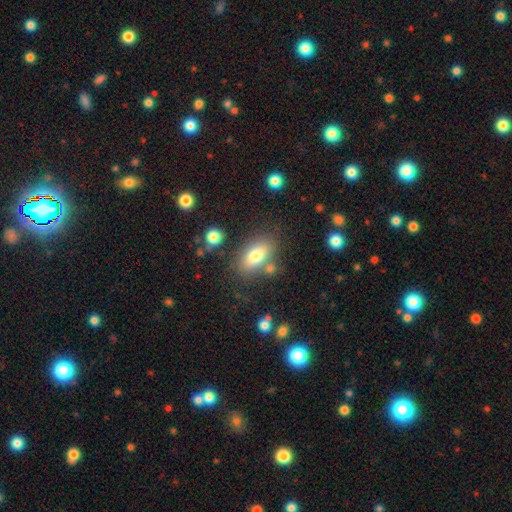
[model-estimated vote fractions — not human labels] Smooth or featured: smooth — 75% (featured or disk — 16%)
How rounded: in between — 85% (round — 8%)
Merging: none — 72% (minor disturbance — 13%)